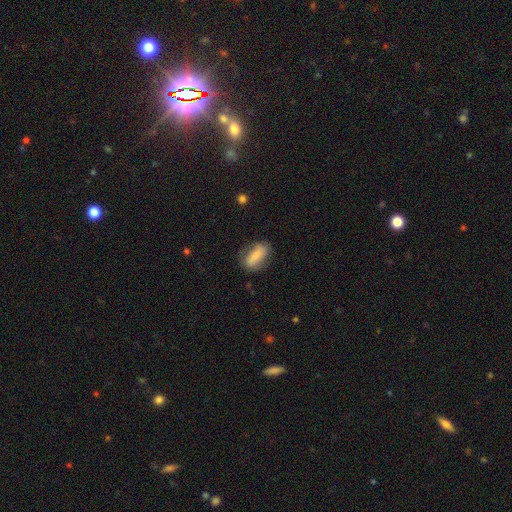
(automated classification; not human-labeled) smooth 72%, featured or disk 21%, star or artifact 7%. Down the decision tree: how rounded — in between (81%); merging — none (73%).